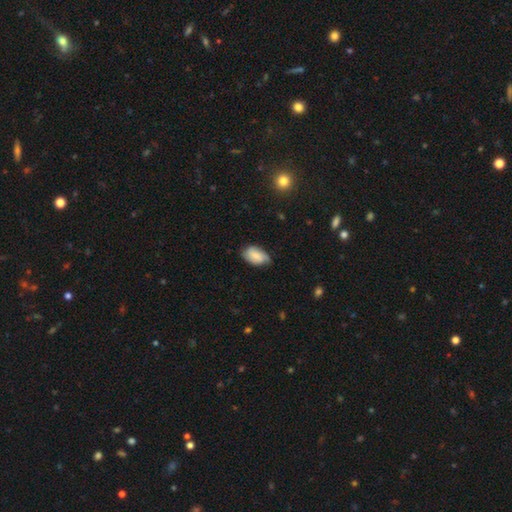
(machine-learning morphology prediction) Overall: smooth (70%). How rounded: in between (92%). Merging: none (64%; minor disturbance 29%).